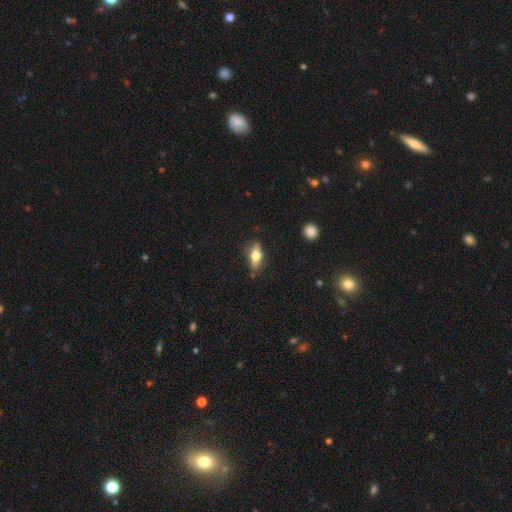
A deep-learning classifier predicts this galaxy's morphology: Smooth or featured? smooth (49%)
Merging? none (74%)